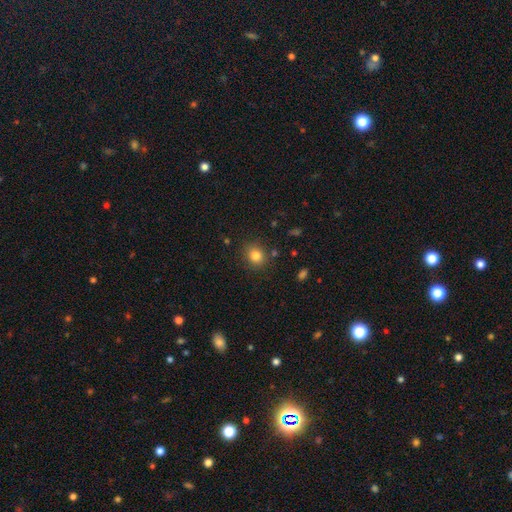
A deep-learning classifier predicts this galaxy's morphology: Smooth or featured? Predicted: smooth (p=0.82). How rounded? Predicted: round (p=0.69). Merging? Predicted: none (p=0.85).